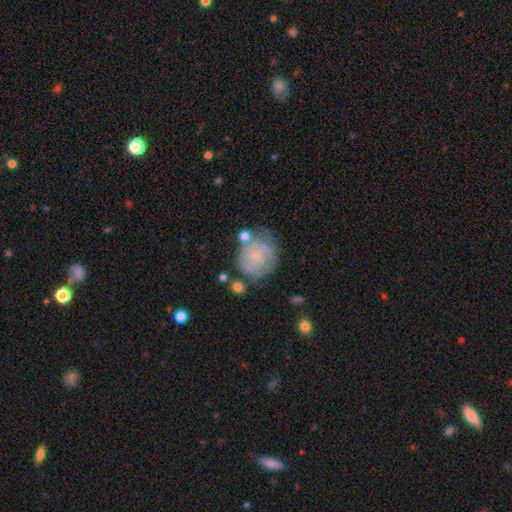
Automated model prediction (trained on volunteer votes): A smooth galaxy with no disk features (49%). Merging: none (61%).